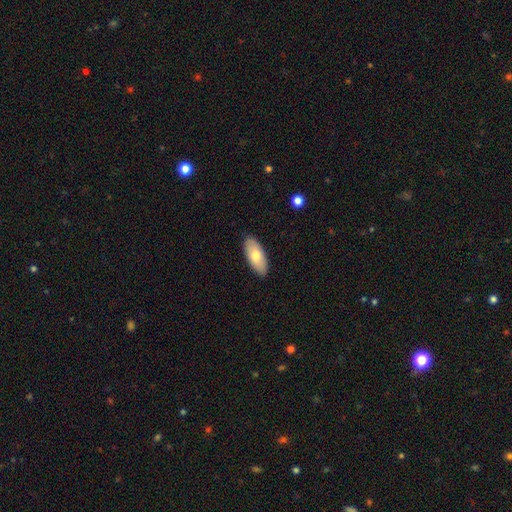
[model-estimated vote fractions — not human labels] The model was most divided on "smooth or featured": smooth: 72%, featured or disk: 22%, star or artifact: 6%. More confident: merging — none (89%); how rounded — in between (88%).